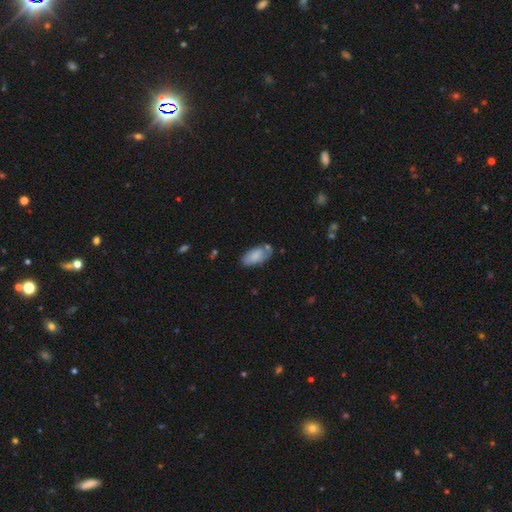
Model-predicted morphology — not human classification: Smooth or featured?
  - smooth: 78% *
  - featured or disk: 15%
  - star or artifact: 7%
How rounded?
  - in between: 92% *
  - cigar-shaped: 6%
  - round: 2%
Merging?
  - none: 61% *
  - minor disturbance: 26%
  - merger: 6%
  - major disturbance: 6%